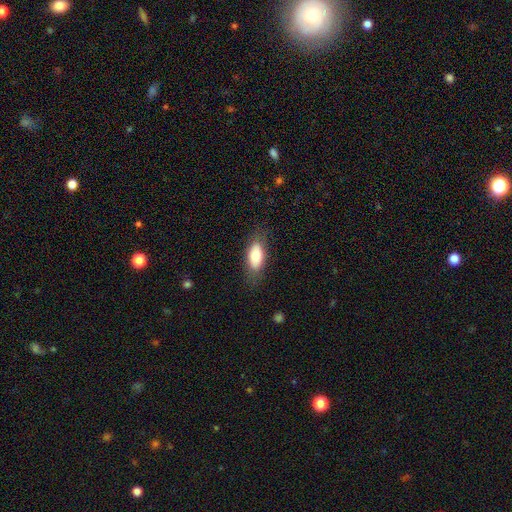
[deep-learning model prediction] Overall: smooth (73%). How rounded: in between (82%). Merging: none (80%).